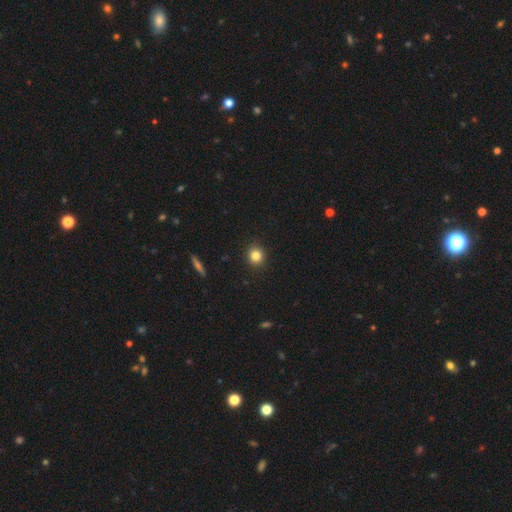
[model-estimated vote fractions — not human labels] Overall: smooth (83%). How rounded: round (89%). Merging: none (92%).